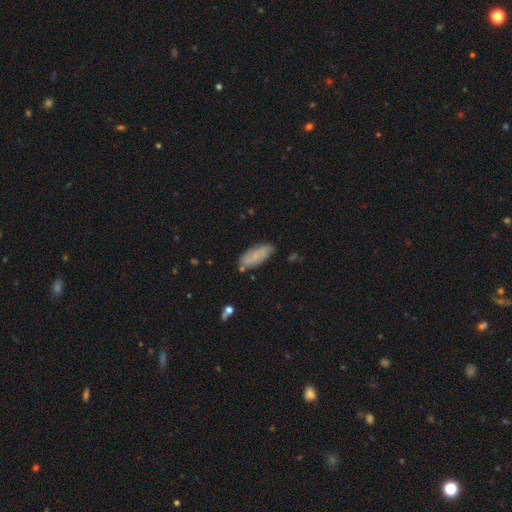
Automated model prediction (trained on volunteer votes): Smooth or featured?
  - smooth: 57% *
  - featured or disk: 34%
  - star or artifact: 8%
How rounded?
  - in between: 77% *
  - cigar-shaped: 21%
  - round: 2%
Merging?
  - none: 74% *
  - minor disturbance: 19%
  - major disturbance: 4%
  - merger: 3%